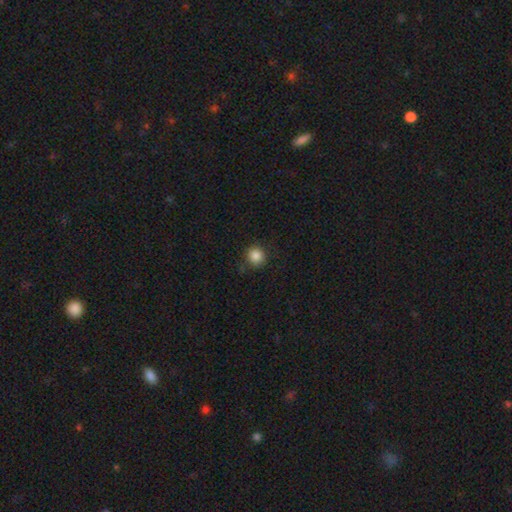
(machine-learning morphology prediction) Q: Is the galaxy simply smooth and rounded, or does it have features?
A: smooth — 85%.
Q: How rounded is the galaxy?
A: round — 93%.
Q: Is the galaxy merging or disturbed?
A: none — 85%.